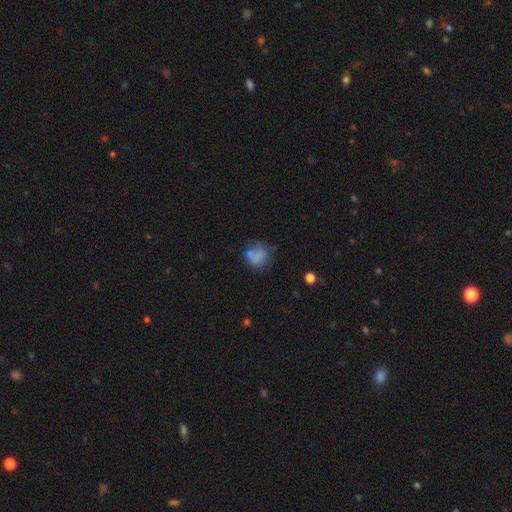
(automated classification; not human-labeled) Smooth or featured?
  - smooth: 73% *
  - featured or disk: 15%
  - star or artifact: 12%
How rounded?
  - round: 68% *
  - in between: 31%
  - cigar-shaped: 1%
Merging?
  - none: 47% *
  - minor disturbance: 24%
  - major disturbance: 16%
  - merger: 13%